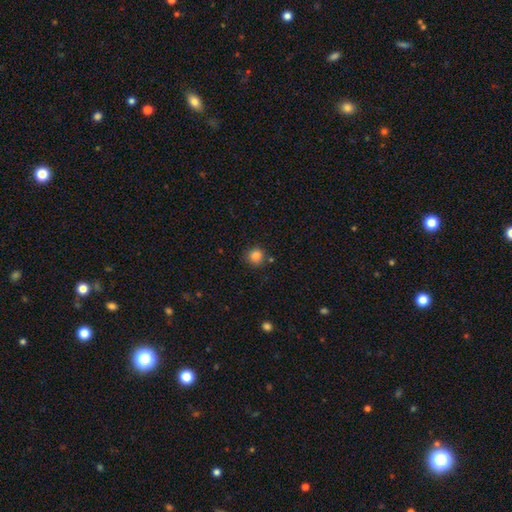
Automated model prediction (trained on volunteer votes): Overall: smooth (84%). How rounded: round (91%). Merging: none (82%).